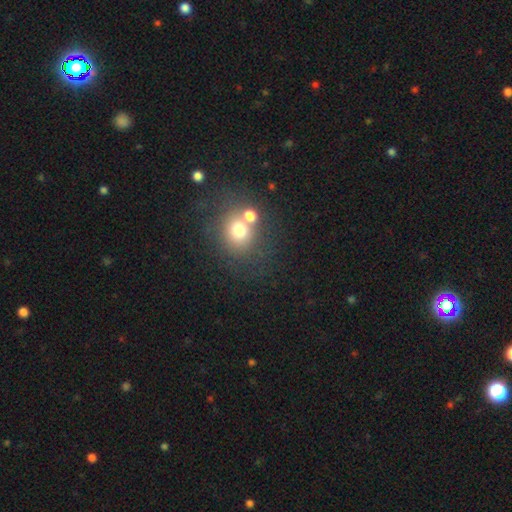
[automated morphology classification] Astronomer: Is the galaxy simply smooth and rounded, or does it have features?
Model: smooth — 63%.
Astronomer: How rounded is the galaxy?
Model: round — 76%.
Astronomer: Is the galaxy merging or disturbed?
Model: none — 58%.